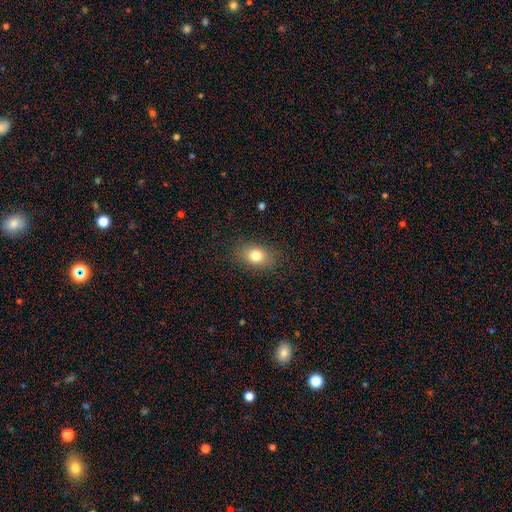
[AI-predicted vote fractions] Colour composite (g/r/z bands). It shows a smooth galaxy with no disk features (79%) that is in between round and cigar-shaped (76%). Merging: none (85%).